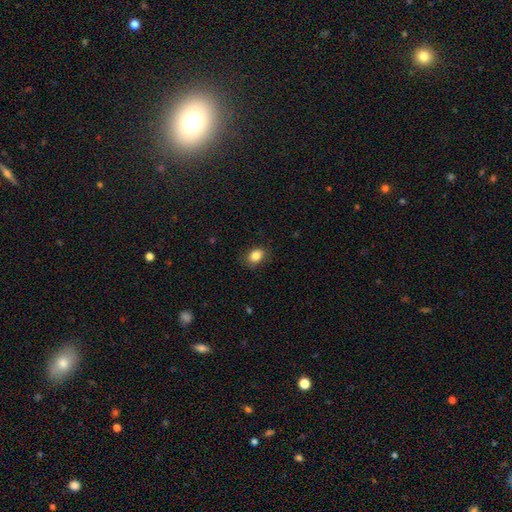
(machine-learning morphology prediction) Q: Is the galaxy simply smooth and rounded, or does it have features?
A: smooth — 85%.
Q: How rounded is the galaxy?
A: in between — 66%.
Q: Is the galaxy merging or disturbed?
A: none — 84%.